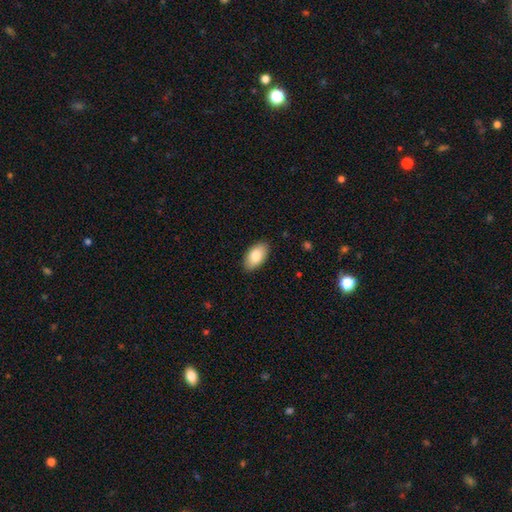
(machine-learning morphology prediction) A smooth galaxy with no disk features (84%) that is in between round and cigar-shaped (95%). Merging: none (88%).